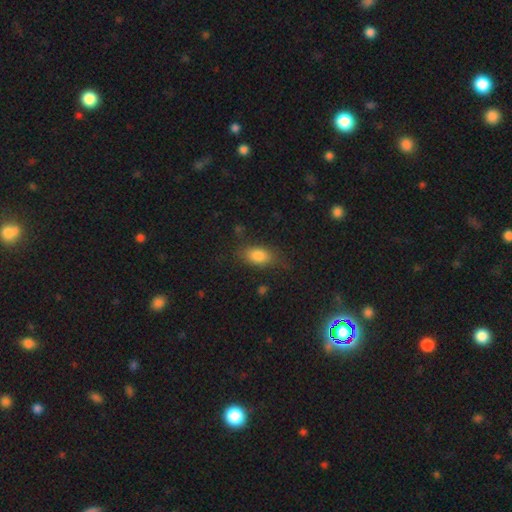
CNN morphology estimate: A smooth galaxy with no disk features (76%) that is in between round and cigar-shaped (82%). Merging: none (77%).